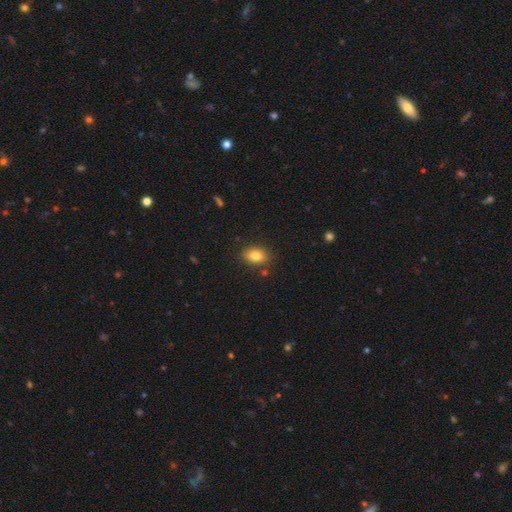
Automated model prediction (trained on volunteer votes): smooth 81%, star or artifact 10%, featured or disk 9%. Down the decision tree: how rounded — in between (77%); merging — none (84%).